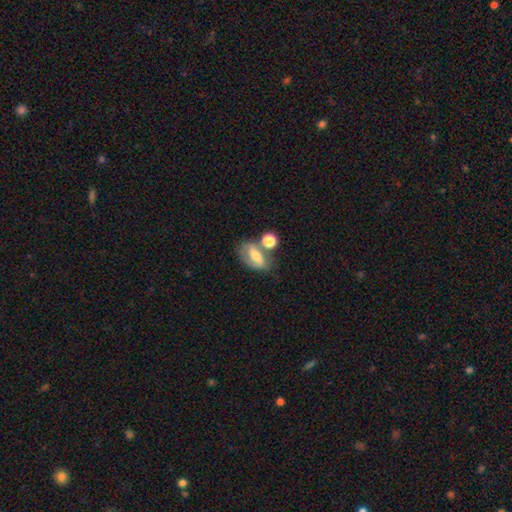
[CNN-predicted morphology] A featured or disk galaxy (48%). Merging: none (50%).